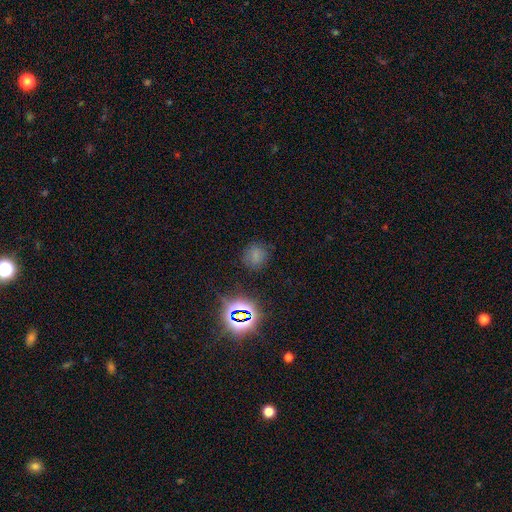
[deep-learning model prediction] A smooth galaxy with no disk features (64%) that is round (79%). Merging: none (82%).